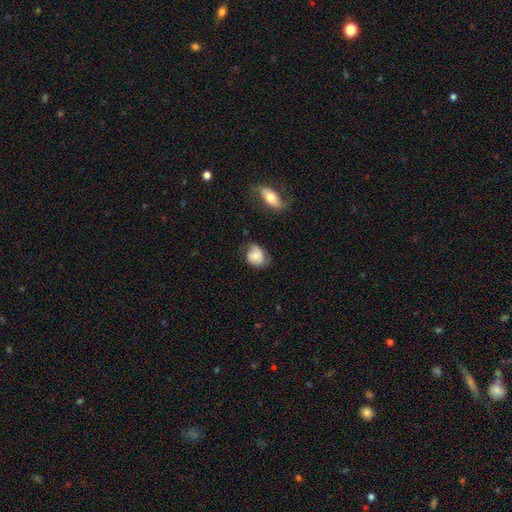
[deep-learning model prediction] smooth-or-featured: smooth: 59% | featured or disk: 33% | star or artifact: 8%
  how-rounded: round: 51% | in between: 48% | cigar-shaped: 1%
  merging: none: 50% | minor disturbance: 34% | major disturbance: 14% | merger: 3%